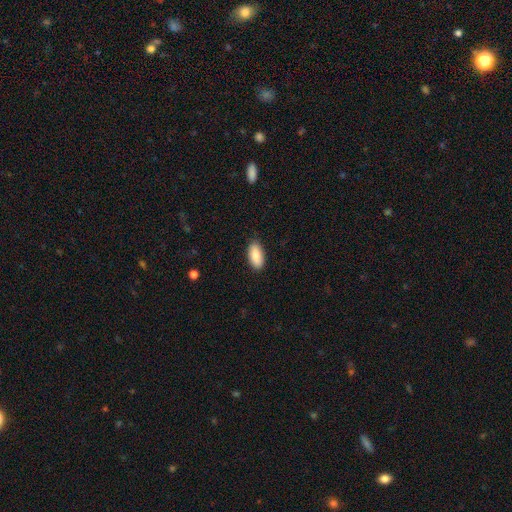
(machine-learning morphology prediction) This is clearly a smooth galaxy (89%). How rounded: clearly in between (91%). Merging: clearly none (87%).